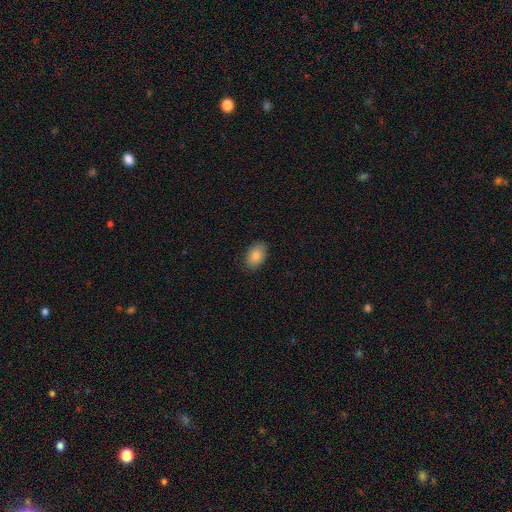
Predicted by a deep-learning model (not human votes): Smooth or featured? Predicted: smooth (p=0.84). How rounded? Predicted: in between (p=0.89). Merging? Predicted: none (p=0.88).